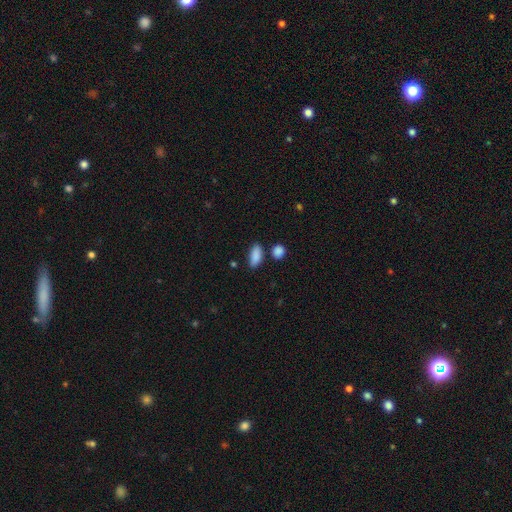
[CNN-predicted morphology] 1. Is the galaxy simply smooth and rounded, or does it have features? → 88% smooth, 7% star or artifact, 5% featured or disk.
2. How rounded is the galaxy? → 83% in between, 12% cigar-shaped, 4% round.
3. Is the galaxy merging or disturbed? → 75% none, 15% minor disturbance, 7% merger, 3% major disturbance.